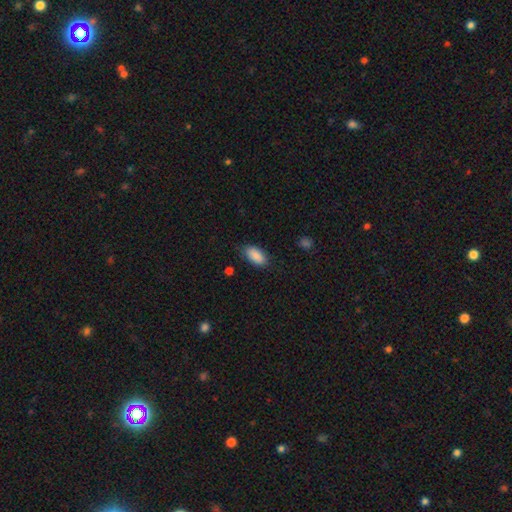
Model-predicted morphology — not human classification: smooth_or_featured: smooth (p=0.89) [alt: star or artifact p=0.07]
how_rounded: in between (p=0.93) [alt: cigar-shaped p=0.05]
merging: none (p=0.79) [alt: minor disturbance p=0.16]